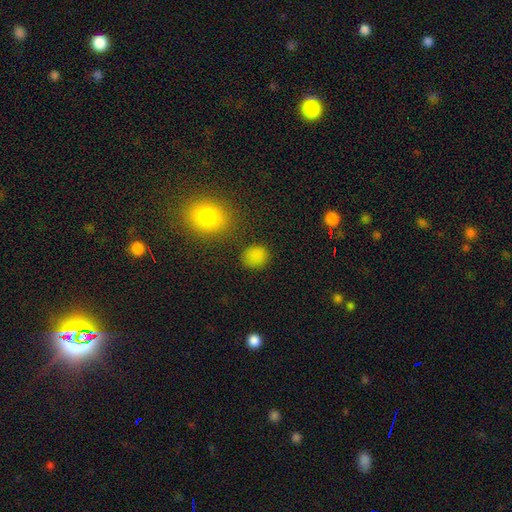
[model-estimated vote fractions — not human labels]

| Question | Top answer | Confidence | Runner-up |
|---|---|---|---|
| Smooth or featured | smooth | 84% | star or artifact (12%) |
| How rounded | round | 73% | in between (25%) |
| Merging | none | 83% | minor disturbance (10%) |